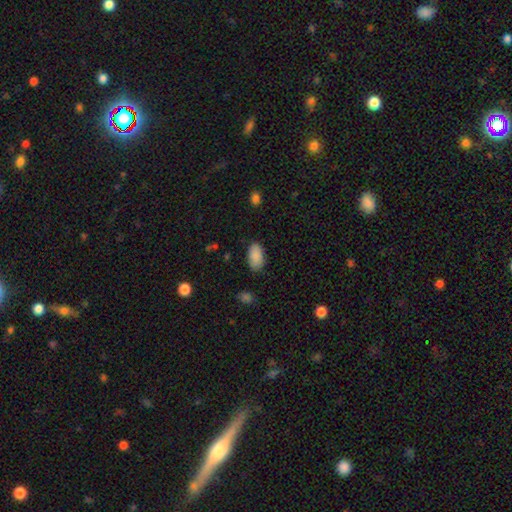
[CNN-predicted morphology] Q: Smooth or featured?
A: smooth (89%); runner-up: star or artifact (7%)
Q: How rounded?
A: in between (95%); runner-up: round (3%)
Q: Merging?
A: none (85%); runner-up: minor disturbance (11%)